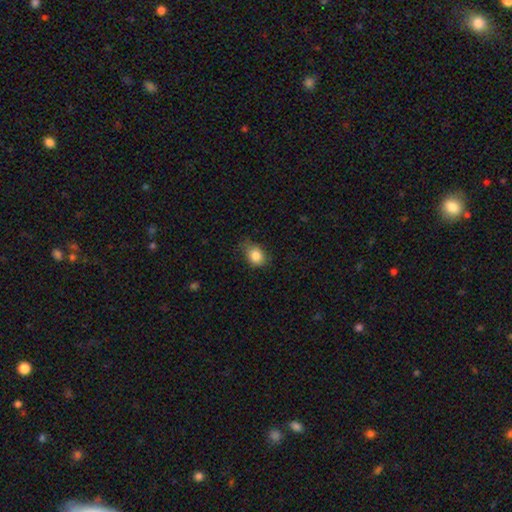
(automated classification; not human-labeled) Smooth or featured: smooth — 85% (star or artifact — 9%)
How rounded: in between — 58% (round — 41%)
Merging: none — 61% (minor disturbance — 30%)